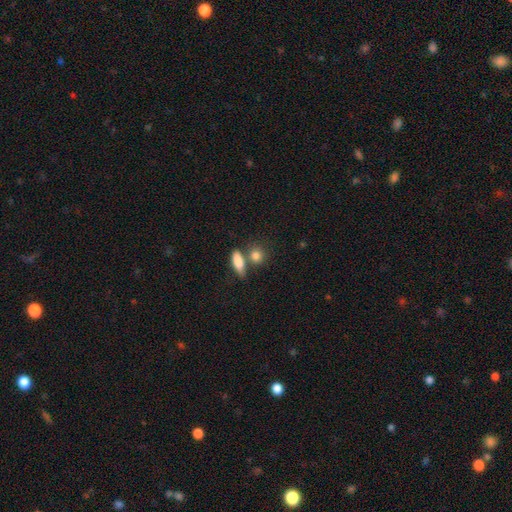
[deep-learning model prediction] Smooth or featured?
  - smooth: 84% *
  - star or artifact: 8%
  - featured or disk: 8%
How rounded?
  - round: 49% *
  - in between: 41%
  - cigar-shaped: 10%
Merging?
  - none: 56% *
  - merger: 27%
  - minor disturbance: 12%
  - major disturbance: 4%